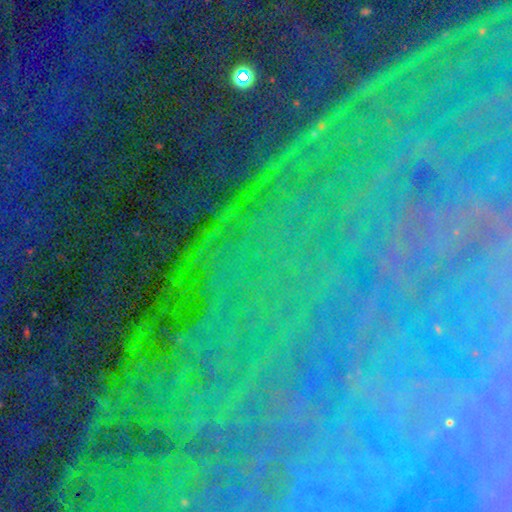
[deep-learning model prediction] Smooth or featured? star or artifact (78%)